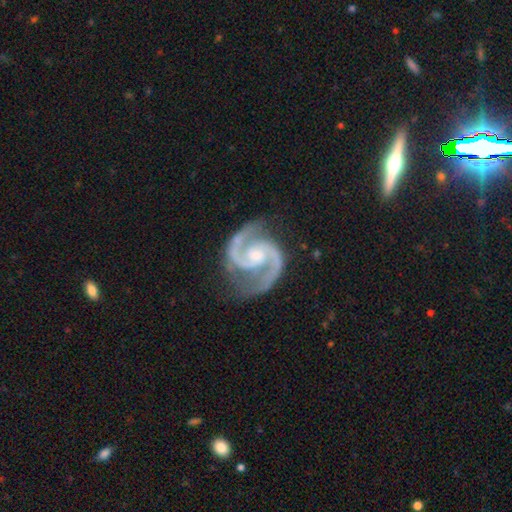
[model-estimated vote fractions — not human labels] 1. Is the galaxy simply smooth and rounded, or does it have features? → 94% featured or disk, 4% star or artifact, 2% smooth.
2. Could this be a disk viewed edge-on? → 98% no, 2% yes.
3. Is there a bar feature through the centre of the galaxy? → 55% no, 34% weak, 10% strong.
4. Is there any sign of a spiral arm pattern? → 99% yes, 1% no.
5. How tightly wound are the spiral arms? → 65% medium, 27% tight, 8% loose.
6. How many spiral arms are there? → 94% 2, 2% 3, 1% can't tell, 1% 1, 1% 4, 1% more than 4.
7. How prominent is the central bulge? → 47% small, 44% moderate, 5% none, 2% large, 1% dominant.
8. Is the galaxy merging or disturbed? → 78% none, 16% minor disturbance, 5% major disturbance, 2% merger.